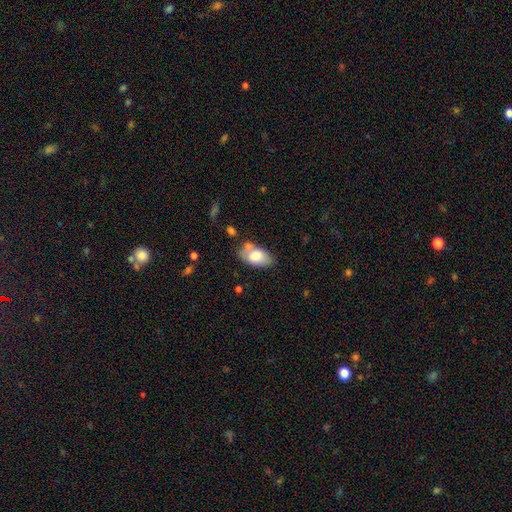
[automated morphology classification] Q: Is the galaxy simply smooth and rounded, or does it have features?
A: smooth — 76%.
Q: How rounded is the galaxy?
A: in between — 93%.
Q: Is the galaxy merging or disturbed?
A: none — 53%.